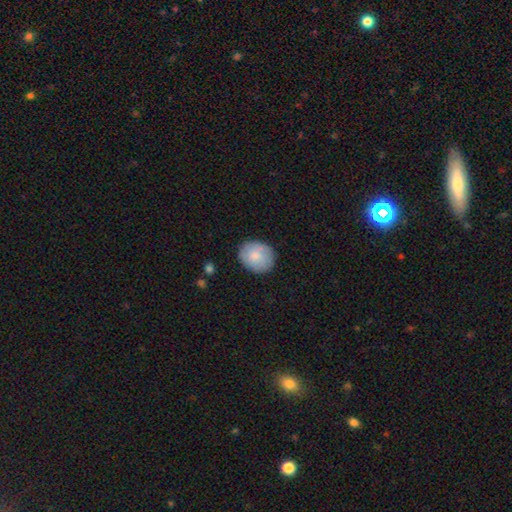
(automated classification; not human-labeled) This appears to be a smooth galaxy with no disk features (79%) that is round (63%). Merging: none (83%).